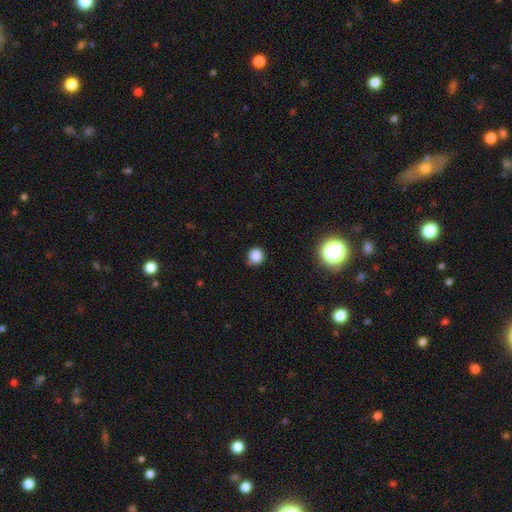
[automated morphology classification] type=smooth (84%); roundness=round (91%); merging=none (82%).